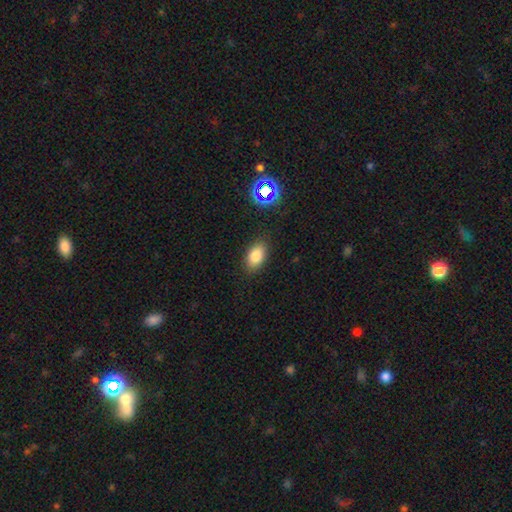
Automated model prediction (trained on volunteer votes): Q: Smooth or featured?
A: smooth (81%); runner-up: star or artifact (11%)
Q: How rounded?
A: in between (89%); runner-up: round (9%)
Q: Merging?
A: none (85%); runner-up: minor disturbance (11%)